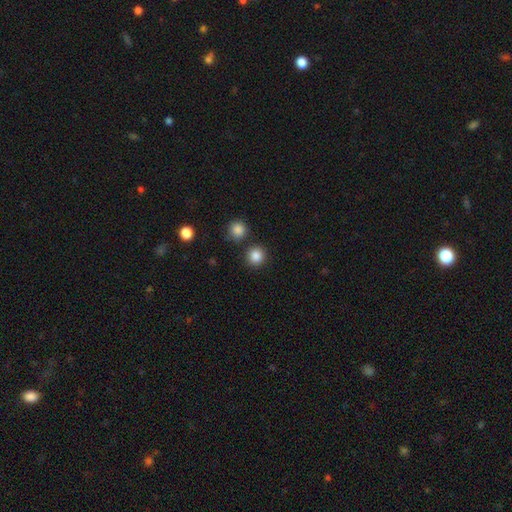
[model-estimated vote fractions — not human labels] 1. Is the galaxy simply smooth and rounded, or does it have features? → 86% smooth, 11% star or artifact, 4% featured or disk.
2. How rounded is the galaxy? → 92% round, 7% in between, 1% cigar-shaped.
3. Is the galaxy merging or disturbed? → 84% none, 7% minor disturbance, 7% merger, 2% major disturbance.